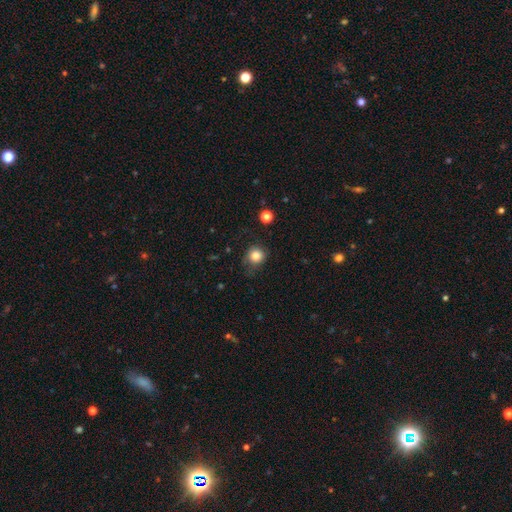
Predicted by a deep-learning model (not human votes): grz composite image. It shows a smooth galaxy with no disk features (81%) that is round (86%). Merging: none (73%).